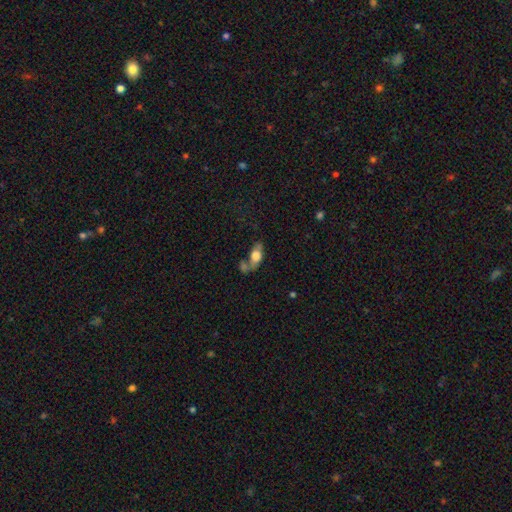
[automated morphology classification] Smooth or featured: smooth — 67% (featured or disk — 24%)
How rounded: in between — 83% (cigar-shaped — 9%)
Merging: merger — 38% (none — 32%)